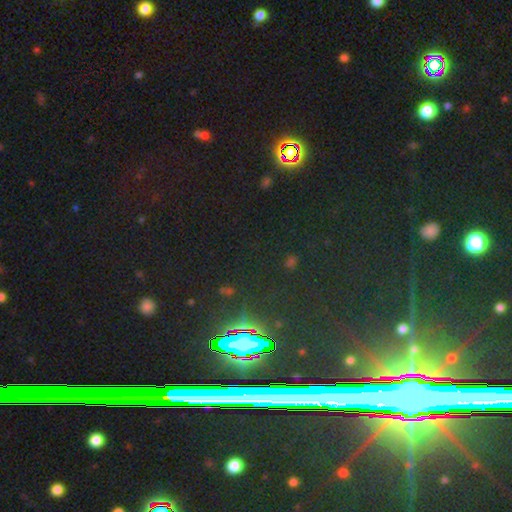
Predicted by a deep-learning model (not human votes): Smooth or featured: star or artifact — 75% (smooth — 15%)